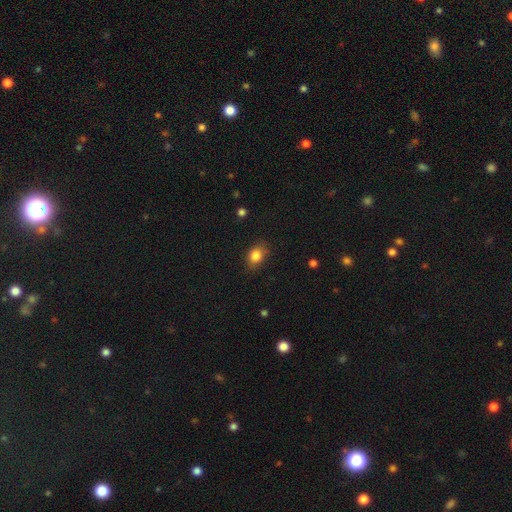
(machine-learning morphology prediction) smooth_or_featured: smooth (p=0.85) [alt: star or artifact p=0.09]
how_rounded: in between (p=0.63) [alt: round p=0.36]
merging: none (p=0.79) [alt: minor disturbance p=0.16]